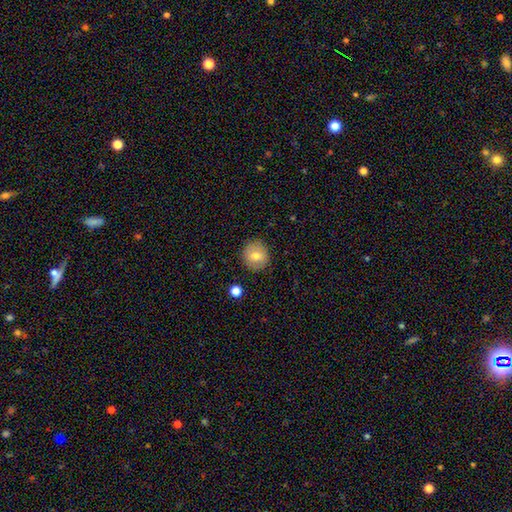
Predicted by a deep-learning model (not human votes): smooth_or_featured: smooth (p=0.74) [alt: featured or disk p=0.17]
how_rounded: round (p=0.87) [alt: in between p=0.12]
merging: none (p=0.88) [alt: minor disturbance p=0.08]